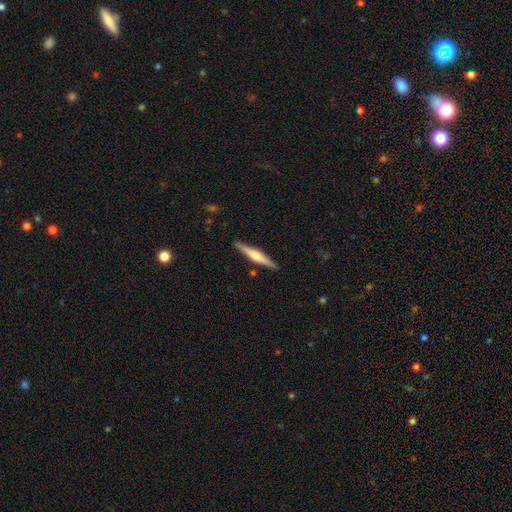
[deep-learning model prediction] Smooth or featured? featured or disk (61%)
Edge-on disk? yes (98%)
Edge-on bulge? rounded (77%)
Merging? none (90%)